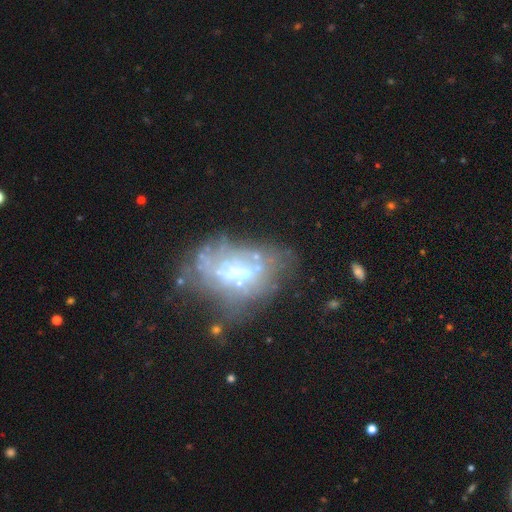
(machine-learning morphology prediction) Smooth or featured? Predicted: featured or disk (p=0.62). Edge-on disk? Predicted: no (p=0.96). Bar? Predicted: no (p=0.77). Spiral arms? Predicted: no (p=0.88). Bulge size? Predicted: none (p=0.47). Merging? Predicted: none (p=0.36).